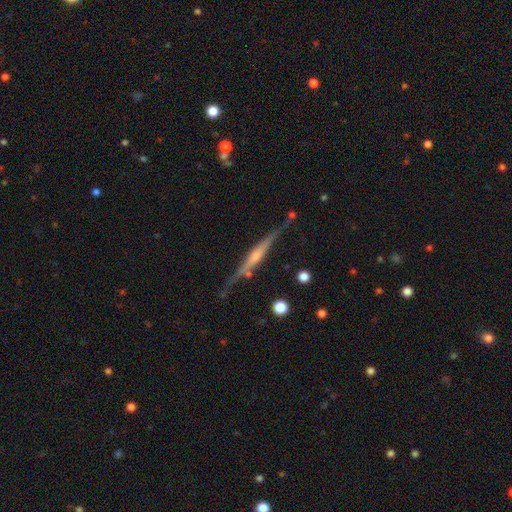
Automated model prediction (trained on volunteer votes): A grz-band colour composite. It shows a featured or disk galaxy (78%) viewed edge-on (97%) with a rounded central bulge (62%). Merging: none (75%).